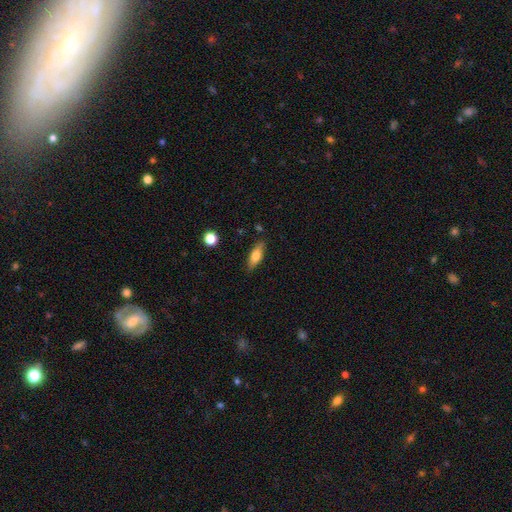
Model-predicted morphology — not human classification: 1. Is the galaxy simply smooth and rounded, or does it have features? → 68% smooth, 25% featured or disk, 7% star or artifact.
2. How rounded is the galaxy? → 58% in between, 40% cigar-shaped, 3% round.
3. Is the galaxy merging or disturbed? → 84% none, 12% minor disturbance, 2% major disturbance, 2% merger.